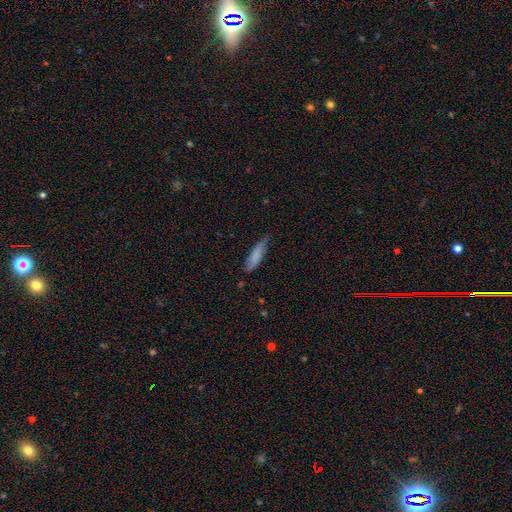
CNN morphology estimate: type=smooth (79%); roundness=cigar-shaped (62%); merging=none (71%).